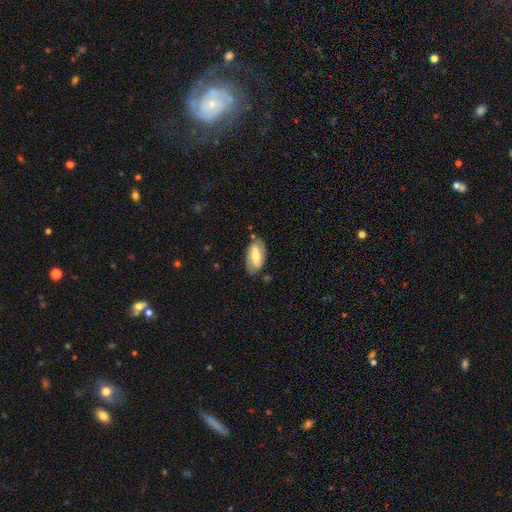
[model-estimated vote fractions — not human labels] This is possibly a featured or disk galaxy (53%). It is clearly not viewed edge-on (86%). Merging: likely none (75%).